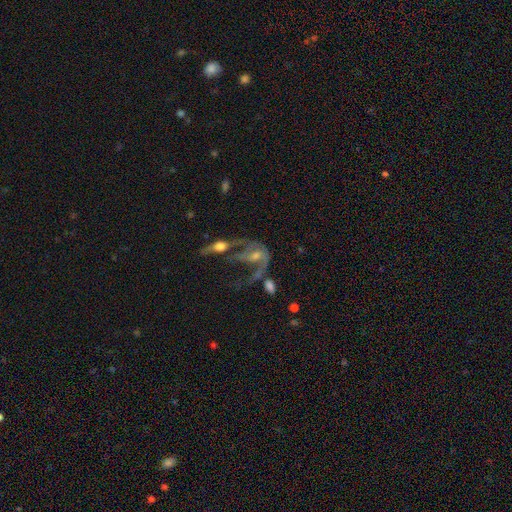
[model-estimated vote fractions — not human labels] Smooth or featured? featured or disk (70%)
Edge-on disk? no (90%)
Bar? no (59%)
Spiral arms? yes (64%)
Bulge size? moderate (45%)
Merging? merger (41%)